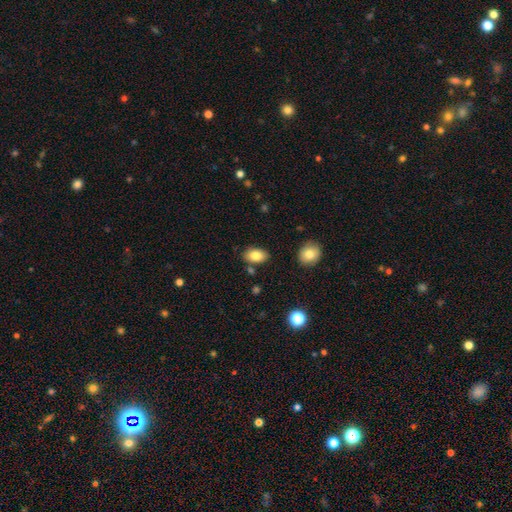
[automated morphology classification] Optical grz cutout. It shows a smooth galaxy with no disk features (83%) that is in between round and cigar-shaped (89%). Merging: none (82%).